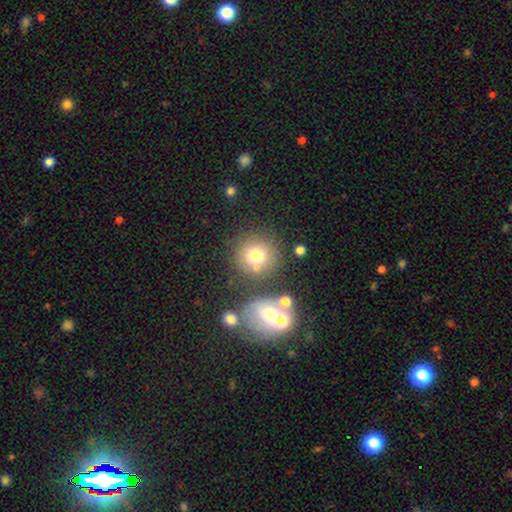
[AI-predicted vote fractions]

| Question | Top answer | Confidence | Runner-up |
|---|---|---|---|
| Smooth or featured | smooth | 73% | star or artifact (14%) |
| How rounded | round | 91% | in between (8%) |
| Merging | none | 69% | merger (15%) |